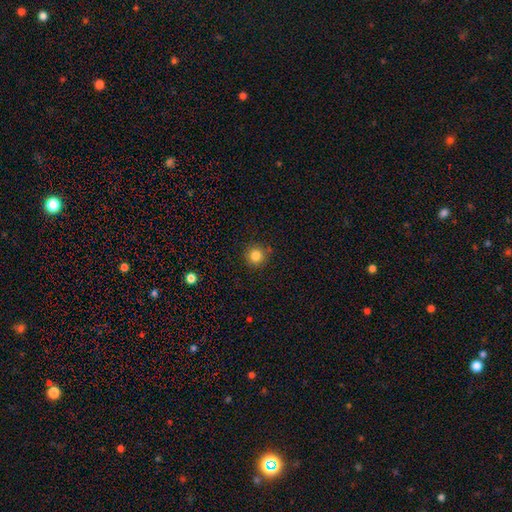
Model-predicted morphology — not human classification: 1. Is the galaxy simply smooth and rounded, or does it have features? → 82% smooth, 12% star or artifact, 6% featured or disk.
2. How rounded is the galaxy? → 93% round, 6% in between, 1% cigar-shaped.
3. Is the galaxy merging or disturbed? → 86% none, 9% minor disturbance, 2% major disturbance, 2% merger.